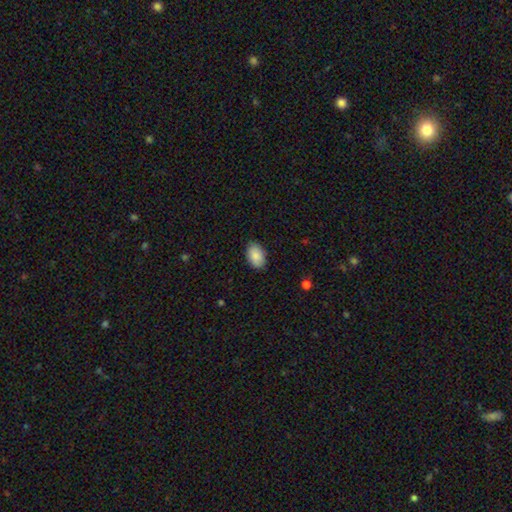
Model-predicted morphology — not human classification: Smooth or featured? Predicted: smooth (p=0.89). How rounded? Predicted: in between (p=0.90). Merging? Predicted: none (p=0.87).